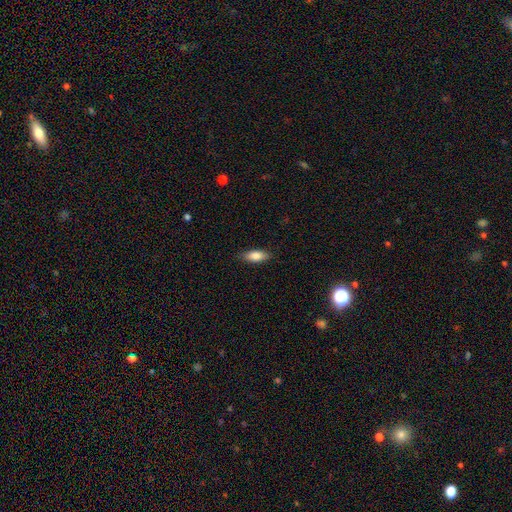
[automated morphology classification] smooth-or-featured: smooth: 83% | featured or disk: 10% | star or artifact: 7%
  how-rounded: in between: 80% | cigar-shaped: 17% | round: 3%
  merging: none: 86% | minor disturbance: 11% | major disturbance: 2% | merger: 1%